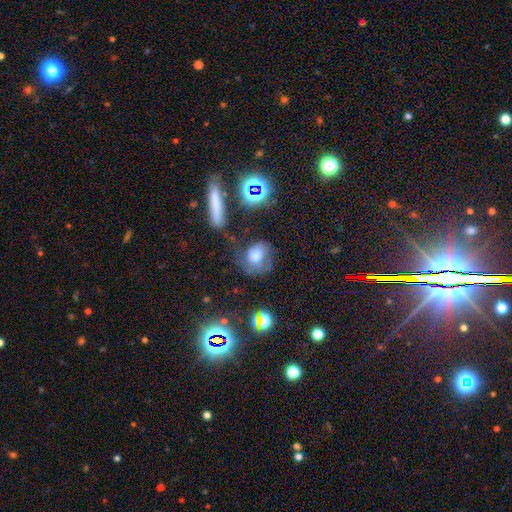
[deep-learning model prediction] Q: Smooth or featured?
A: smooth (45%); runner-up: featured or disk (38%)
Q: Merging?
A: none (41%); runner-up: major disturbance (27%)